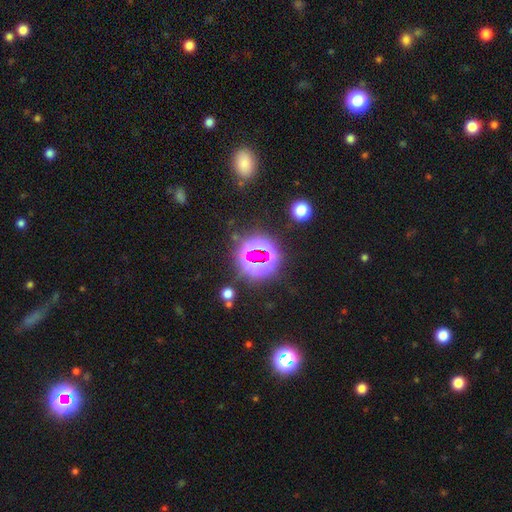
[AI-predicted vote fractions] This is likely a star or artifact rather than a galaxy (76%).